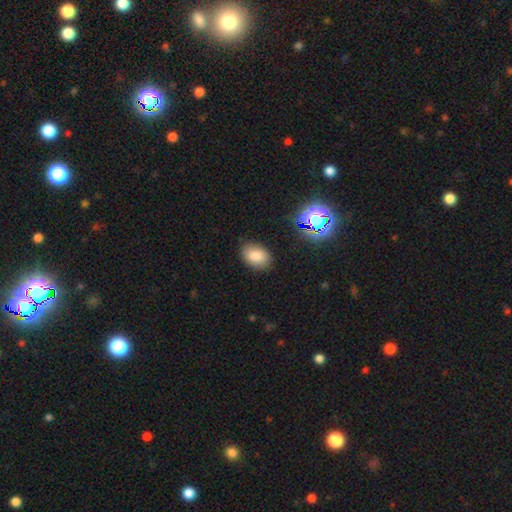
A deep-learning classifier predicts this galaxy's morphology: smooth 81%, star or artifact 11%, featured or disk 7%. Down the decision tree: how rounded — in between (81%); merging — none (84%).